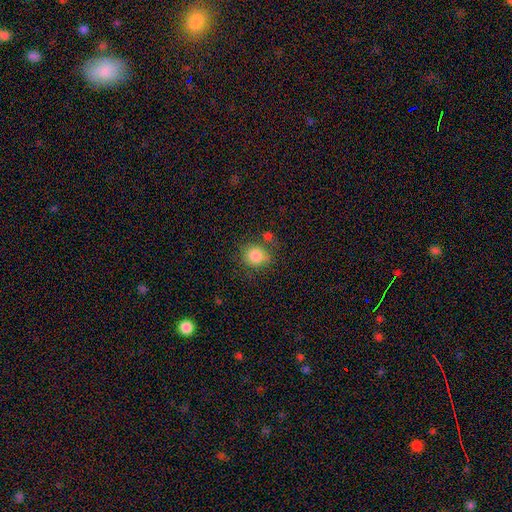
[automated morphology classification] Smooth or featured: smooth — 84% (star or artifact — 9%)
How rounded: round — 75% (in between — 24%)
Merging: none — 70% (minor disturbance — 16%)